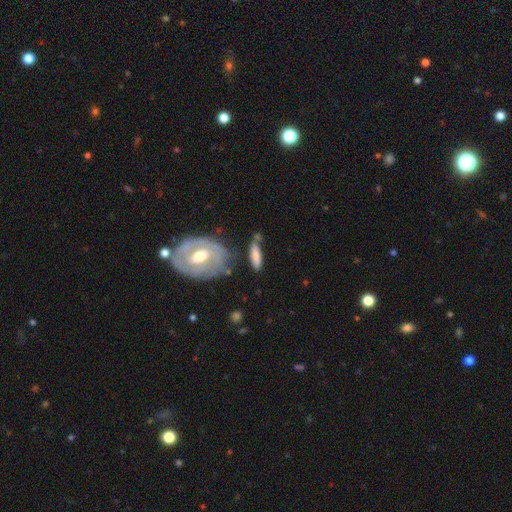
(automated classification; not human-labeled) smooth 68%, featured or disk 25%, star or artifact 6%. Down the decision tree: how rounded — cigar-shaped (54%); merging — none (64%).